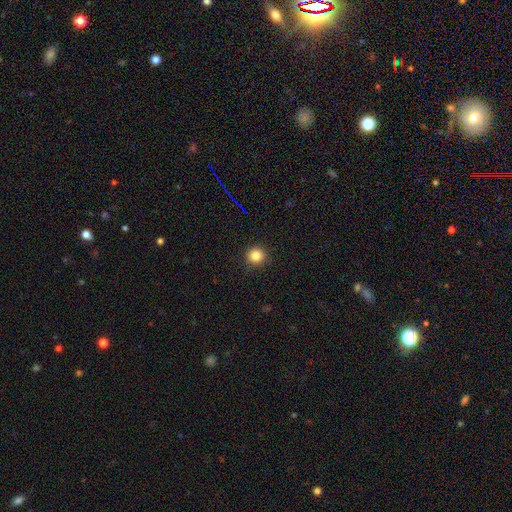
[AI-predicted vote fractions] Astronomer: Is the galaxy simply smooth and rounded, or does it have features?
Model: smooth — 84%.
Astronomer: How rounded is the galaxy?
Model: round — 92%.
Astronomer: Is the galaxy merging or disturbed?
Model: none — 90%.